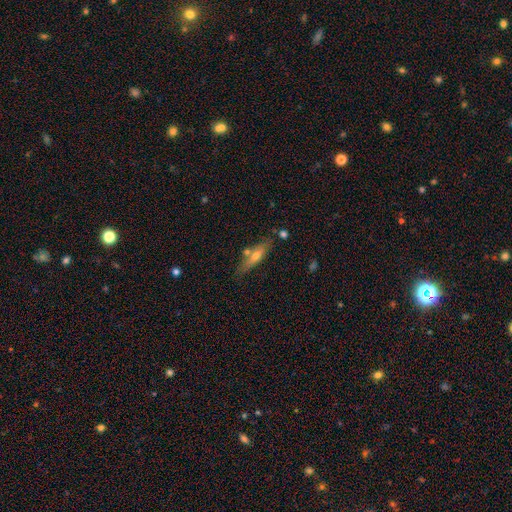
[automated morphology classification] Overall: smooth (54%; featured or disk 40%). How rounded: cigar-shaped (69%; in between 29%). Merging: none (71%).